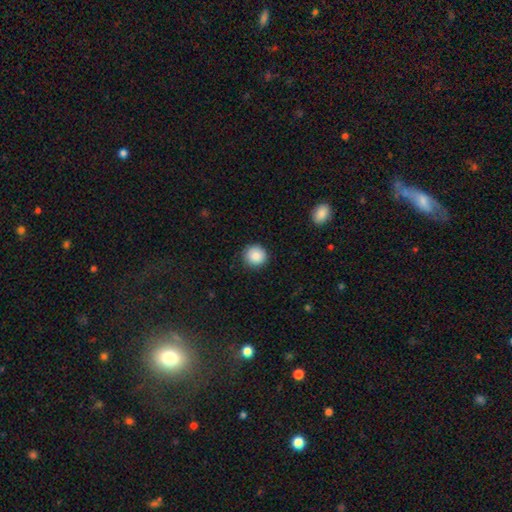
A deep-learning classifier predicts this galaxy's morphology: The model was most divided on "smooth or featured": smooth: 88%, star or artifact: 8%, featured or disk: 4%. More confident: how rounded — round (94%); merging — none (90%).